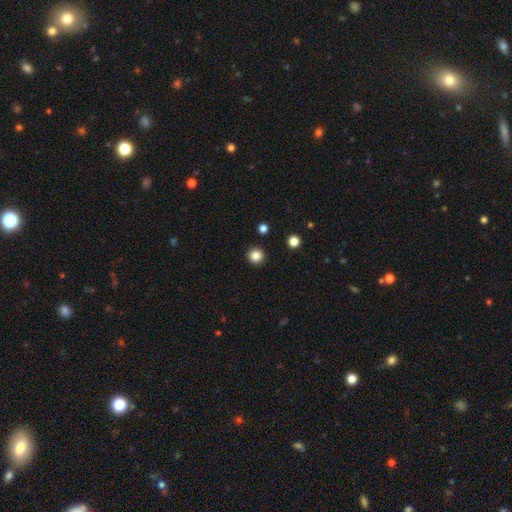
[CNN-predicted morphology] The model was most divided on "smooth or featured": smooth: 85%, star or artifact: 11%, featured or disk: 4%. More confident: how rounded — round (95%); merging — none (93%).